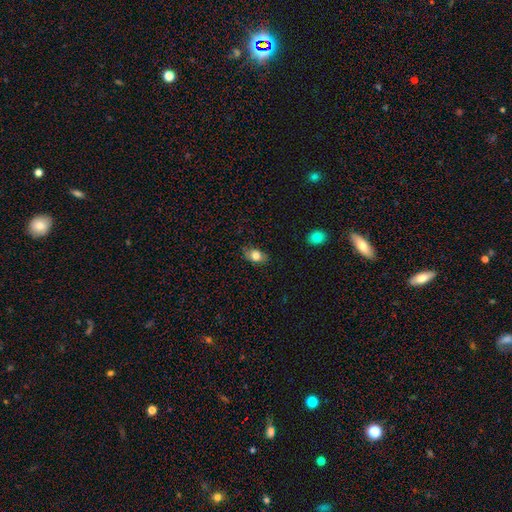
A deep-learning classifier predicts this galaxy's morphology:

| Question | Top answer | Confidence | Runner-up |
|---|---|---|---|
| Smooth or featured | smooth | 79% | featured or disk (12%) |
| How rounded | in between | 82% | round (15%) |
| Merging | none | 80% | minor disturbance (16%) |